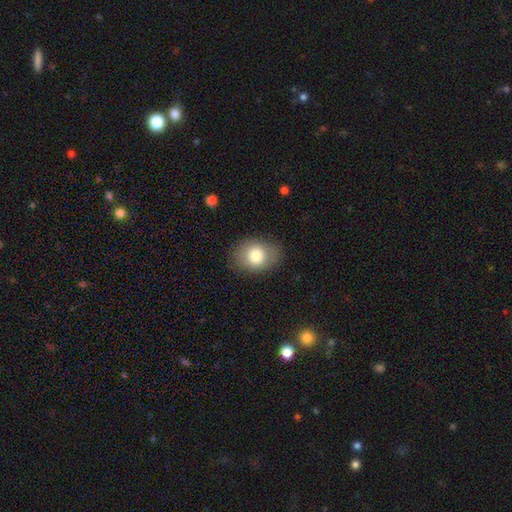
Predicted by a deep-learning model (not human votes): Overall: smooth (78%). How rounded: in between (64%; round 35%). Merging: none (82%).